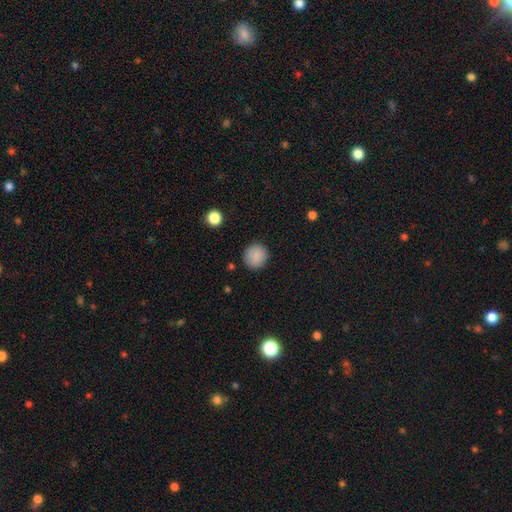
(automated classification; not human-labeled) This appears to be a smooth galaxy with no disk features (88%) that is round (92%). Merging: none (90%).